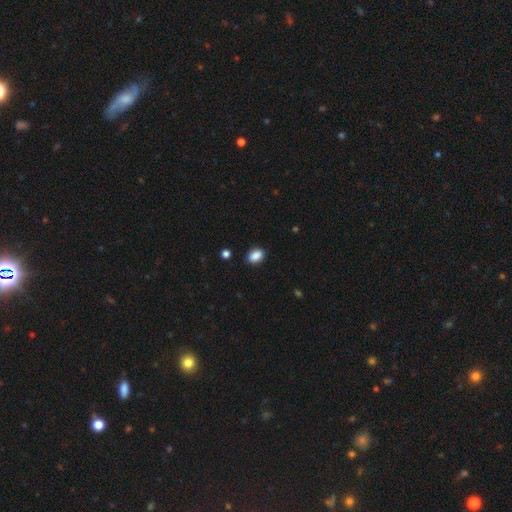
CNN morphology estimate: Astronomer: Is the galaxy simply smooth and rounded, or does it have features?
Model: smooth — 89%.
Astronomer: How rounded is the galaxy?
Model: in between — 80%.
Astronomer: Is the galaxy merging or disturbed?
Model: none — 87%.